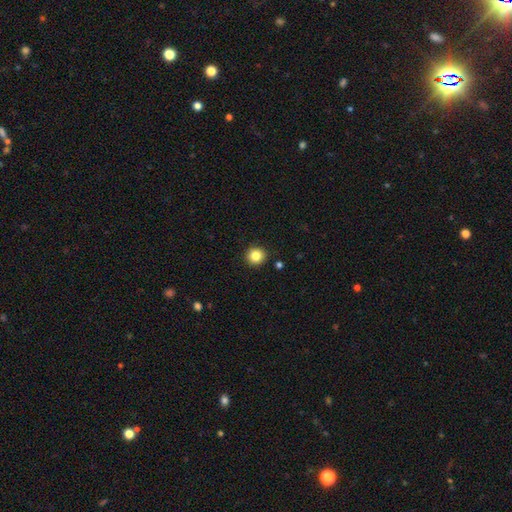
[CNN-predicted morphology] A smooth galaxy with no disk features (85%) that is round (93%).

Vote fractions:
- Smooth or featured? smooth: 85% / star or artifact: 10% / featured or disk: 5%
- How rounded? round: 93% / in between: 6% / cigar-shaped: 1%
- Merging? none: 91% / minor disturbance: 6% / major disturbance: 2% / merger: 1%